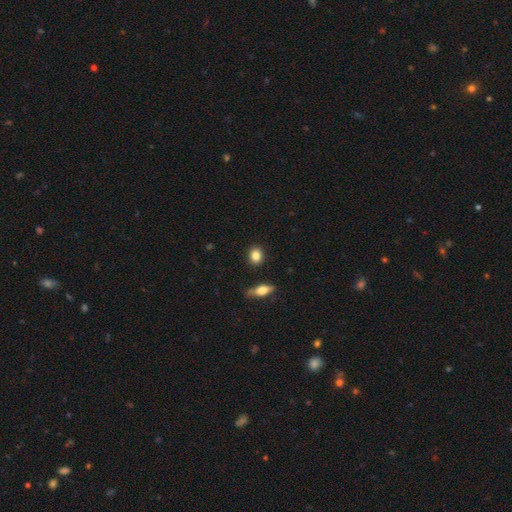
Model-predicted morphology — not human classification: type=smooth (84%); roundness=round (59%); merging=none (89%).